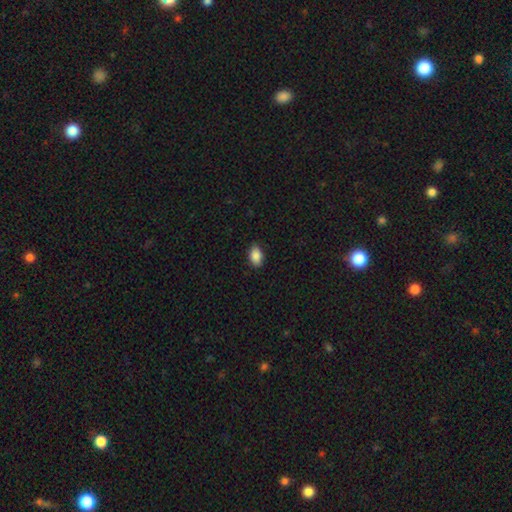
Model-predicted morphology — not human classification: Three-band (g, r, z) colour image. It shows a smooth galaxy with no disk features (88%) that is in between round and cigar-shaped (90%). Merging: none (88%).